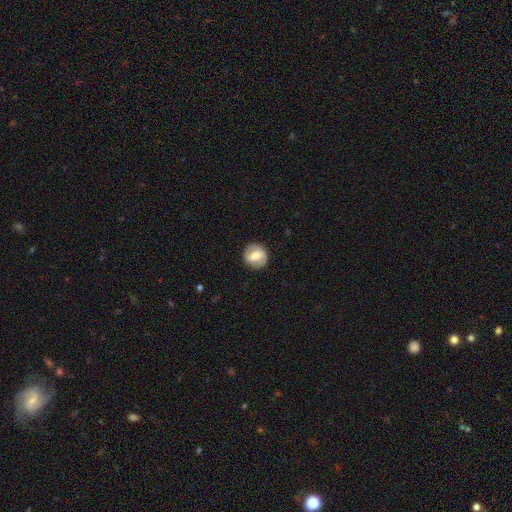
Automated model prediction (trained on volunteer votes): Smooth or featured: smooth — 47% (featured or disk — 46%)
Merging: none — 87% (minor disturbance — 9%)